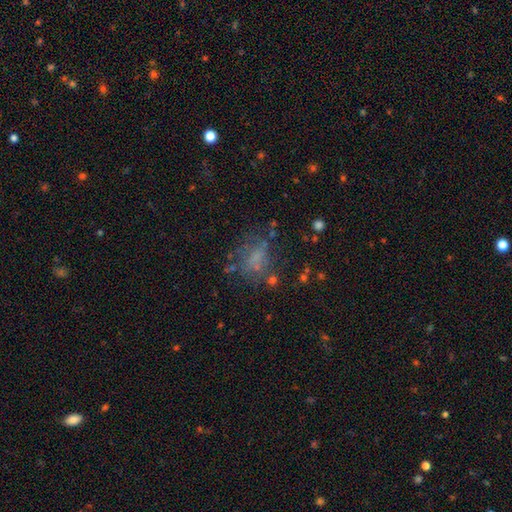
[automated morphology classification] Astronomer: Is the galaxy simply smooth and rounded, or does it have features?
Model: smooth — 48% (runner-up: featured or disk, 30%).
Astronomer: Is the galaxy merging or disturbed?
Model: none — 49%.